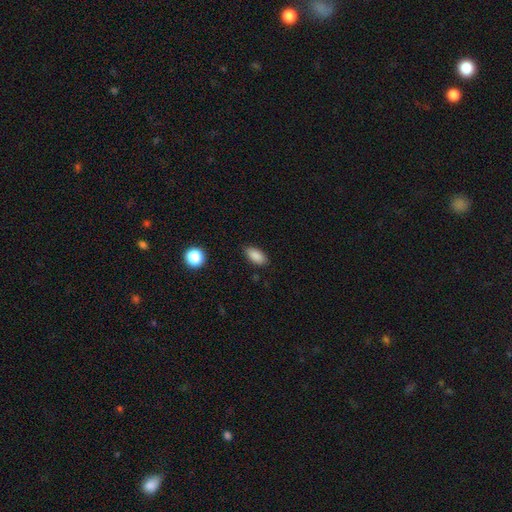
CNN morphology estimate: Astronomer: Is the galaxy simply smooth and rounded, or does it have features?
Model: smooth — 87%.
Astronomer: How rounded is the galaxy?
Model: in between — 90%.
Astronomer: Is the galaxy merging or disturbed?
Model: none — 84%.